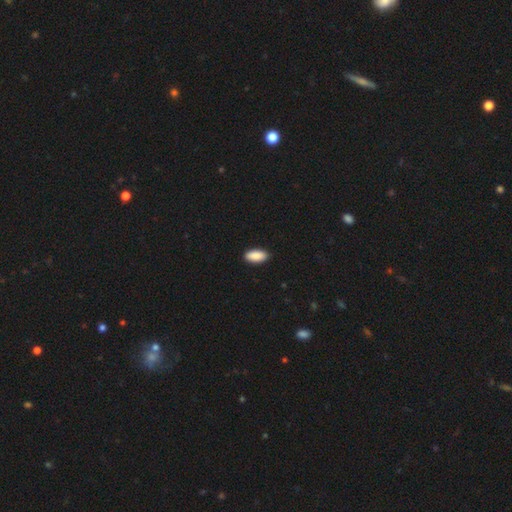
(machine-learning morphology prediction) Q: Smooth or featured?
A: smooth (91%); runner-up: star or artifact (6%)
Q: How rounded?
A: in between (92%); runner-up: cigar-shaped (6%)
Q: Merging?
A: none (90%); runner-up: minor disturbance (8%)